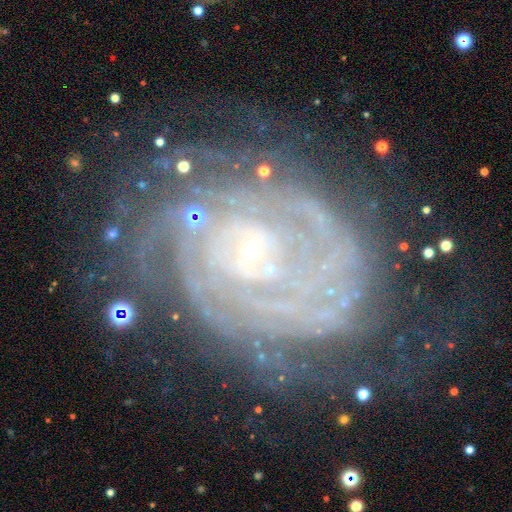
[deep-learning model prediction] smooth_or_featured: featured or disk (p=0.89) [alt: star or artifact p=0.07]
disk_edge_on: no (p=0.97) [alt: yes p=0.03]
bar: no (p=0.69) [alt: weak p=0.22]
has_spiral_arms: yes (p=0.97) [alt: no p=0.03]
spiral_winding: tight (p=0.81) [alt: medium p=0.16]
spiral_arm_count: can't tell (p=0.29) [alt: 2 p=0.17]
bulge_size: small (p=0.84) [alt: moderate p=0.09]
merging: none (p=0.63) [alt: minor disturbance p=0.21]